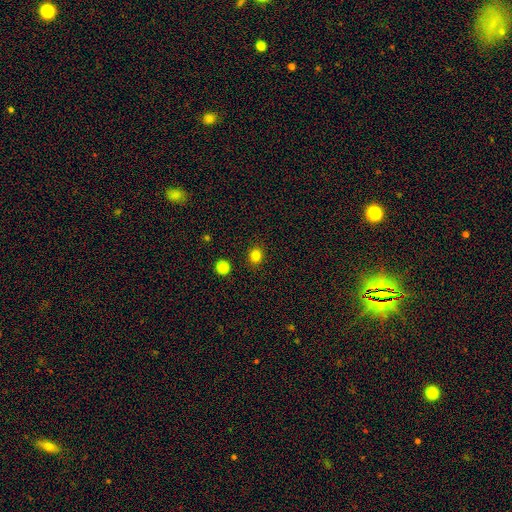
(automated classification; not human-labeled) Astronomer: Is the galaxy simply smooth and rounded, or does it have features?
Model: smooth — 82%.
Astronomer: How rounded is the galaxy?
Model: round — 76%.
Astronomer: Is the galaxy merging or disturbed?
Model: none — 90%.